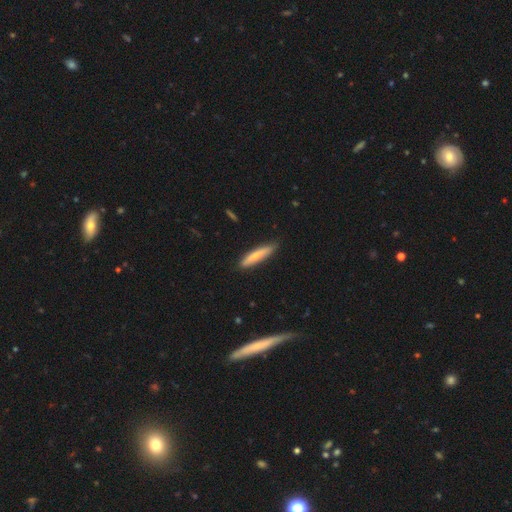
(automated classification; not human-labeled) A smooth galaxy with no disk features (70%) that is cigar-shaped (87%).

Vote fractions:
- Smooth or featured? smooth: 70% / featured or disk: 25% / star or artifact: 5%
- How rounded? cigar-shaped: 87% / in between: 12% / round: 1%
- Merging? none: 83% / minor disturbance: 14% / major disturbance: 2% / merger: 1%